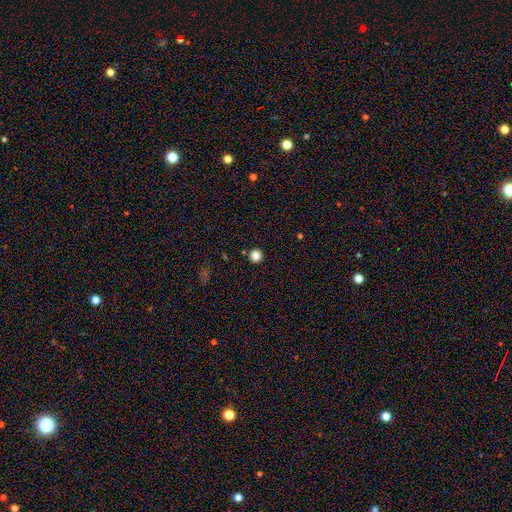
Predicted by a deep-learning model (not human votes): The model was most divided on "smooth or featured": smooth: 84%, star or artifact: 12%, featured or disk: 4%. More confident: how rounded — round (95%); merging — none (92%).